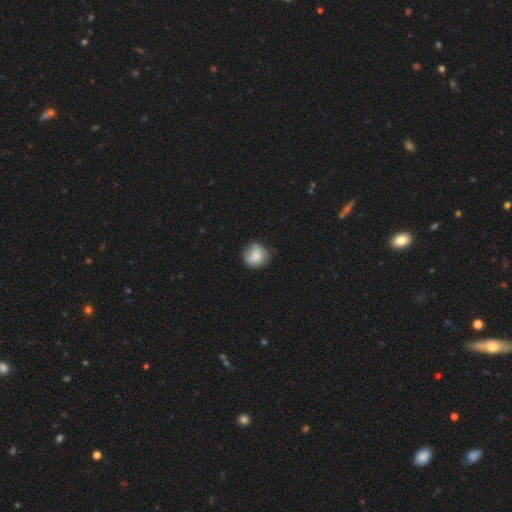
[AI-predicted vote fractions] Smooth or featured?
  - smooth: 72% *
  - featured or disk: 20%
  - star or artifact: 8%
How rounded?
  - round: 87% *
  - in between: 12%
  - cigar-shaped: 1%
Merging?
  - none: 68% *
  - minor disturbance: 24%
  - major disturbance: 6%
  - merger: 3%